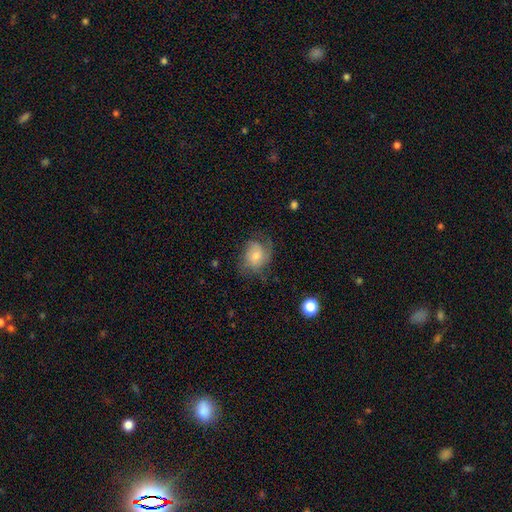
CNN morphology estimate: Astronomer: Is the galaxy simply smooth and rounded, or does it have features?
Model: smooth — 52% (runner-up: featured or disk, 39%).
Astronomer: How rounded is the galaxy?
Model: in between — 55% (runner-up: round, 44%).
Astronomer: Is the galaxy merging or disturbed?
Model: none — 52% (runner-up: minor disturbance, 28%).